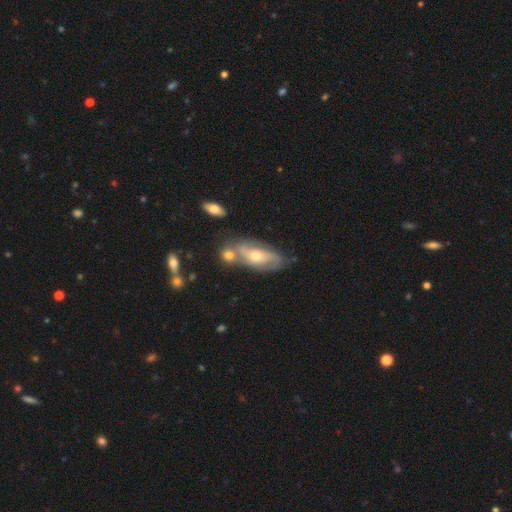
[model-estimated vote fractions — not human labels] featured or disk 61%, smooth 30%, star or artifact 9%. Down the decision tree: edge-on disk — no (83%); bar — no (62%); spiral arms — yes (79%); bulge size — moderate (52%); merging — none (52%).